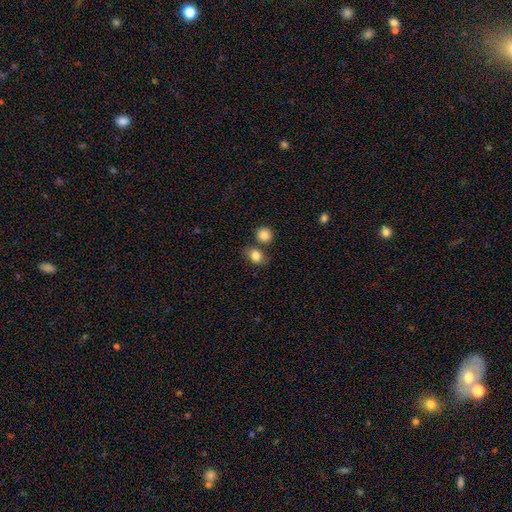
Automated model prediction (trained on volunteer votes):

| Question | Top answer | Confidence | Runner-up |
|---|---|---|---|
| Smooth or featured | smooth | 83% | star or artifact (9%) |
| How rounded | in between | 58% | round (40%) |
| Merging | none | 65% | merger (17%) |